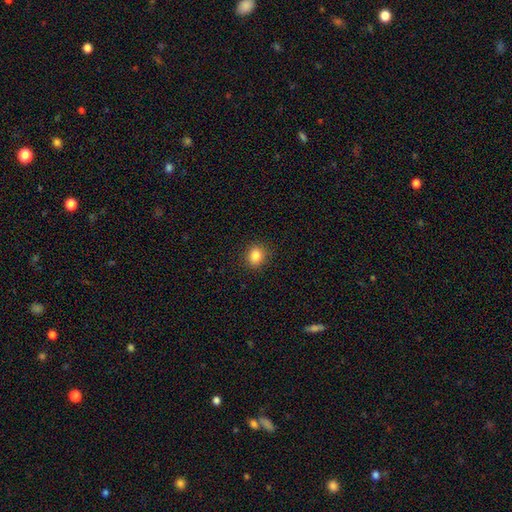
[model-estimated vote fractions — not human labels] smooth_or_featured: smooth (p=0.85) [alt: star or artifact p=0.11]
how_rounded: round (p=0.59) [alt: in between p=0.40]
merging: none (p=0.89) [alt: minor disturbance p=0.08]